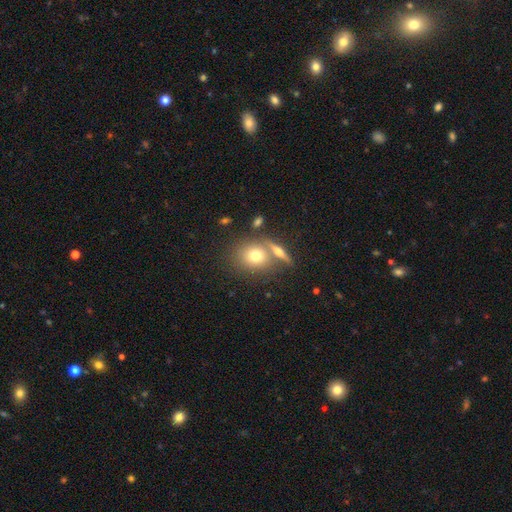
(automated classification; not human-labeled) A smooth galaxy with no disk features (71%) that is round (70%).

Vote fractions:
- Smooth or featured? smooth: 71% / featured or disk: 20% / star or artifact: 10%
- How rounded? round: 70% / in between: 27% / cigar-shaped: 2%
- Merging? none: 59% / merger: 26% / minor disturbance: 10% / major disturbance: 4%